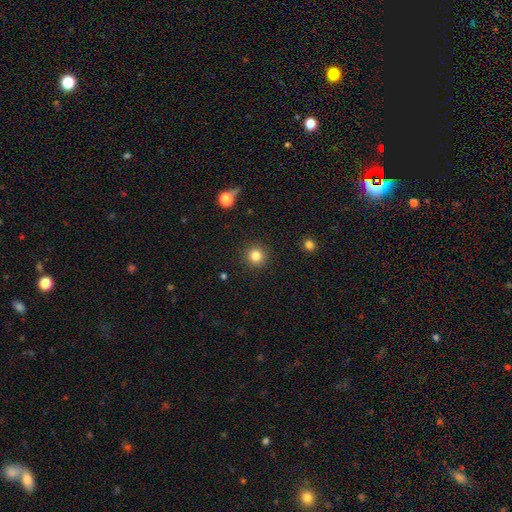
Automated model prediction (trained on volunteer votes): This is clearly a smooth galaxy (83%). How rounded: clearly round (94%). Merging: clearly none (92%).